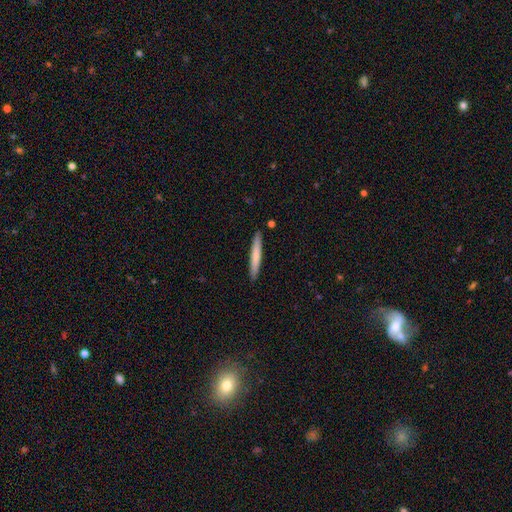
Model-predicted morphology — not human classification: Q: Smooth or featured?
A: smooth (72%); runner-up: featured or disk (23%)
Q: How rounded?
A: cigar-shaped (95%); runner-up: in between (4%)
Q: Merging?
A: none (91%); runner-up: minor disturbance (6%)